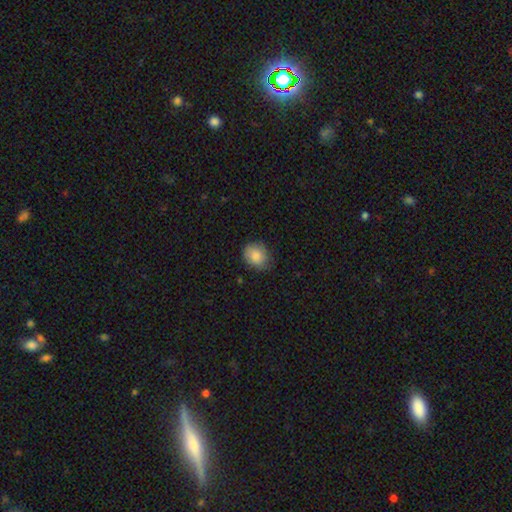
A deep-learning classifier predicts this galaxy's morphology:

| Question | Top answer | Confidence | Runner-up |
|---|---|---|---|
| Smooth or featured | smooth | 86% | star or artifact (7%) |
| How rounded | round | 68% | in between (31%) |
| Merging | none | 77% | minor disturbance (19%) |